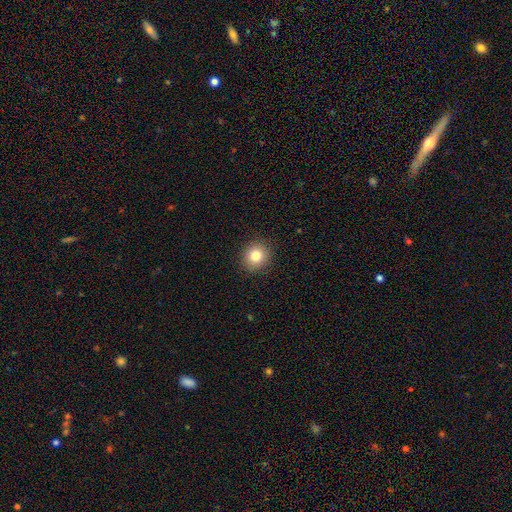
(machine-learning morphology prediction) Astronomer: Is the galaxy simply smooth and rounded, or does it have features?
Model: smooth — 81%.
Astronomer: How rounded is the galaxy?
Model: round — 84%.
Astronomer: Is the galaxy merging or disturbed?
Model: none — 90%.